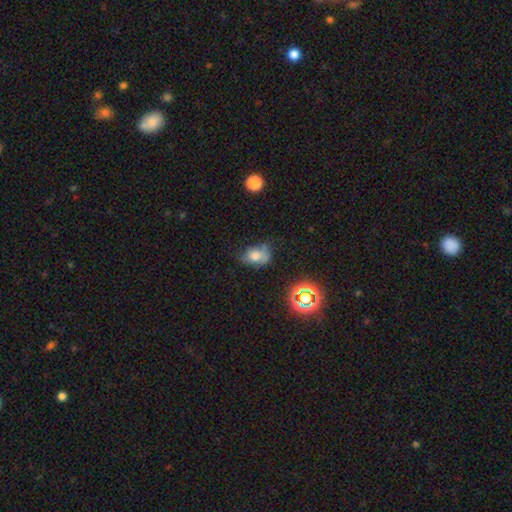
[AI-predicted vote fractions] Smooth or featured: smooth — 65% (featured or disk — 20%)
How rounded: in between — 75% (round — 23%)
Merging: none — 40% (minor disturbance — 35%)